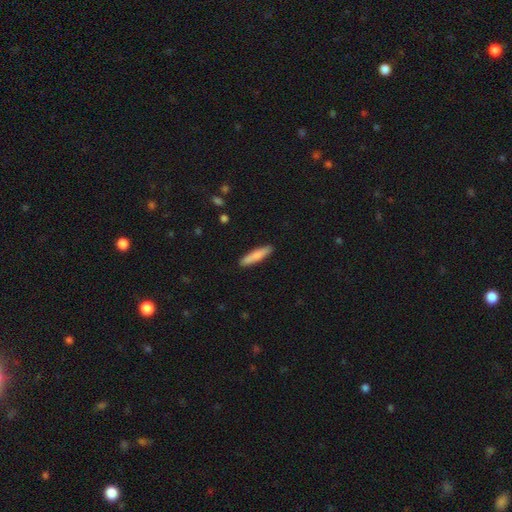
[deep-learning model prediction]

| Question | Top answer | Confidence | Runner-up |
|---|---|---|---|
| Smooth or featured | smooth | 80% | featured or disk (15%) |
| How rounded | cigar-shaped | 84% | in between (15%) |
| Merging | none | 89% | minor disturbance (8%) |